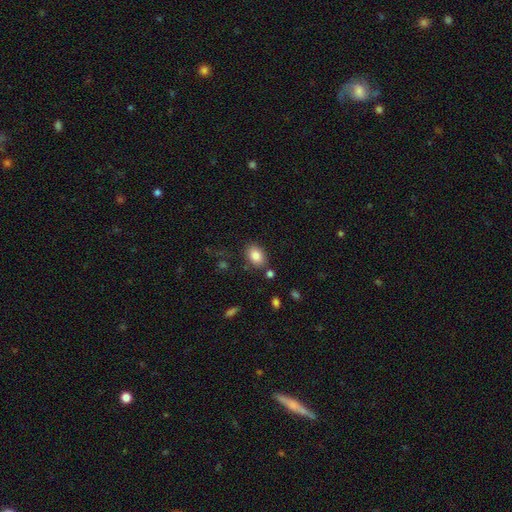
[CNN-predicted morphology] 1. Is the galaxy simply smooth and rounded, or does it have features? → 85% smooth, 8% star or artifact, 7% featured or disk.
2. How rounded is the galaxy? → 83% in between, 16% round, 1% cigar-shaped.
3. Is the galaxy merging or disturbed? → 81% none, 11% minor disturbance, 5% merger, 3% major disturbance.